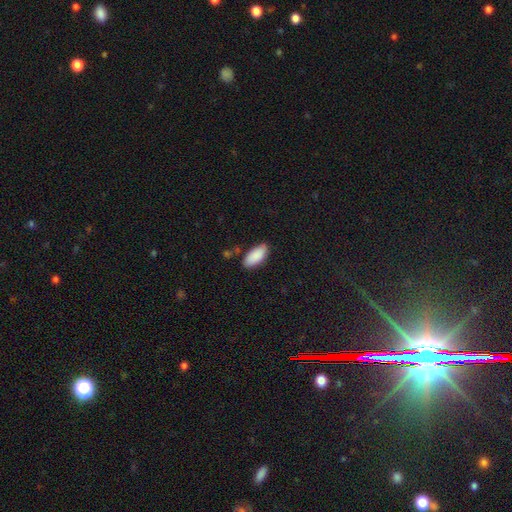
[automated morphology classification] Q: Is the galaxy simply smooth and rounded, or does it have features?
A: smooth — 90%.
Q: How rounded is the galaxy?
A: in between — 90%.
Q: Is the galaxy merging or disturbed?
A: none — 80%.